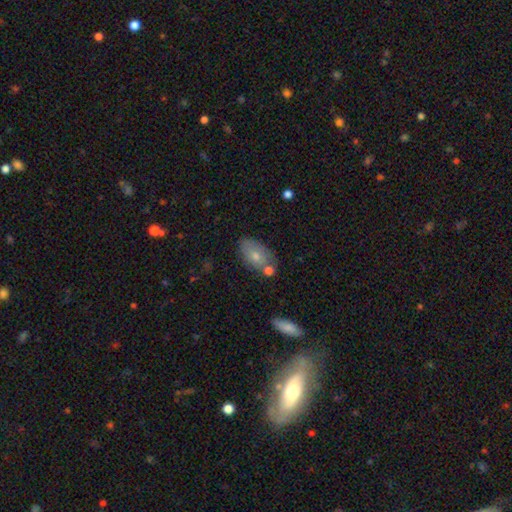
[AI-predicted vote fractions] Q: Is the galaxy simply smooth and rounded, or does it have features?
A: smooth — 71%.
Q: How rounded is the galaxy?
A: in between — 91%.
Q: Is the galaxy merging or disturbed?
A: none — 60%.